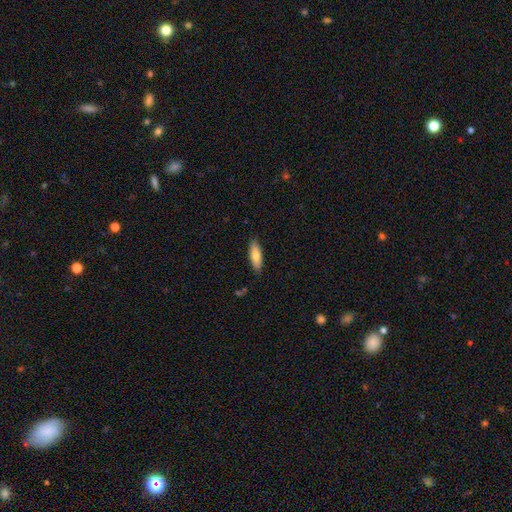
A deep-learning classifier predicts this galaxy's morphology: Smooth or featured? smooth (78%)
How rounded? in between (56%)
Merging? none (87%)